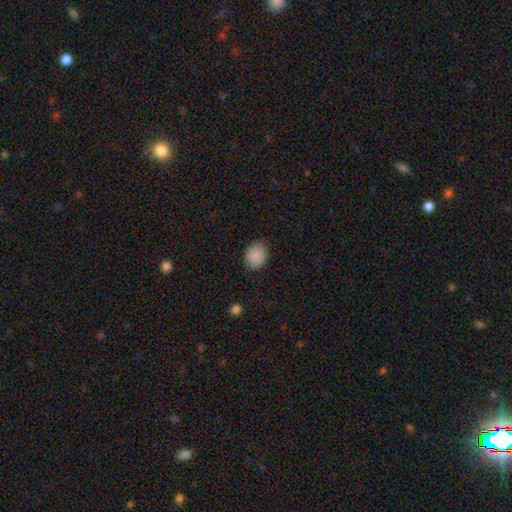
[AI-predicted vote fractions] This appears to be a smooth galaxy with no disk features (88%) that is in between round and cigar-shaped (51%). Merging: none (81%).